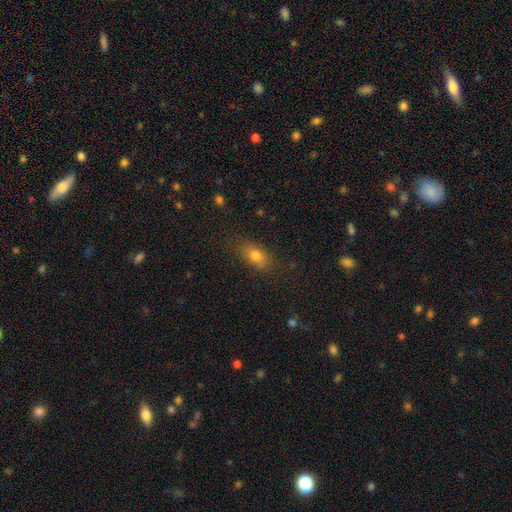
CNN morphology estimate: Q: Smooth or featured?
A: smooth (77%); runner-up: featured or disk (12%)
Q: How rounded?
A: in between (79%); runner-up: round (12%)
Q: Merging?
A: none (81%); runner-up: minor disturbance (14%)